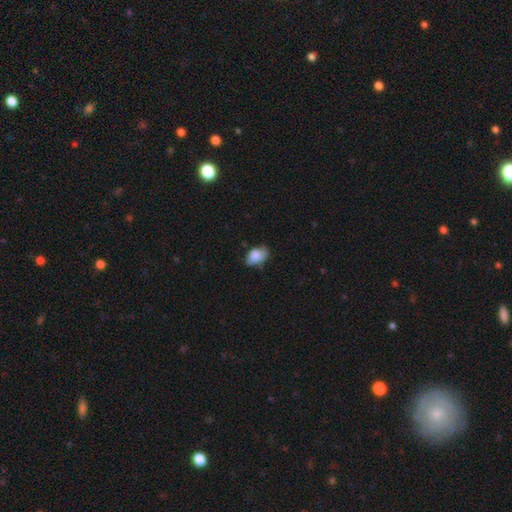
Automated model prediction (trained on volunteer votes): A smooth galaxy with no disk features (80%) that is in between round and cigar-shaped (85%).

Vote fractions:
- Smooth or featured? smooth: 80% / featured or disk: 12% / star or artifact: 8%
- How rounded? in between: 85% / round: 14% / cigar-shaped: 1%
- Merging? none: 52% / minor disturbance: 37% / major disturbance: 9% / merger: 2%